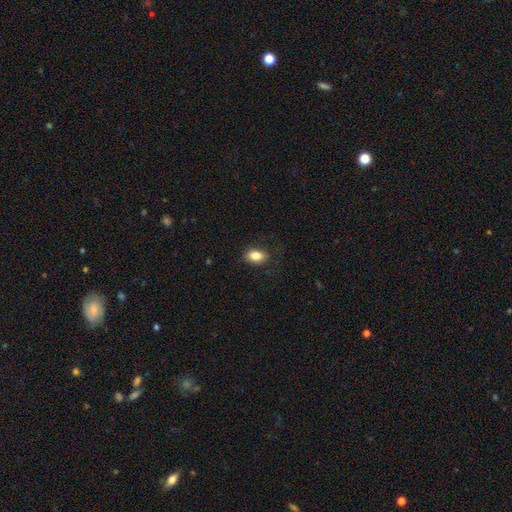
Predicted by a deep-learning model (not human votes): This appears to be a smooth galaxy with no disk features (85%) that is in between round and cigar-shaped (83%). Merging: none (85%).